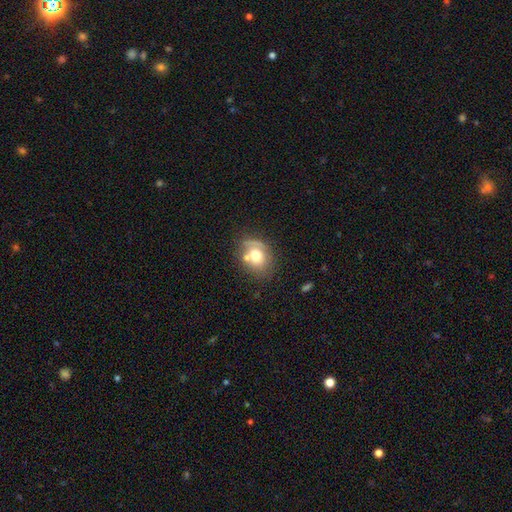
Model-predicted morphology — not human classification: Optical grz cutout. It shows a smooth galaxy with no disk features (64%) that is round (53%). Merging: none (46%).